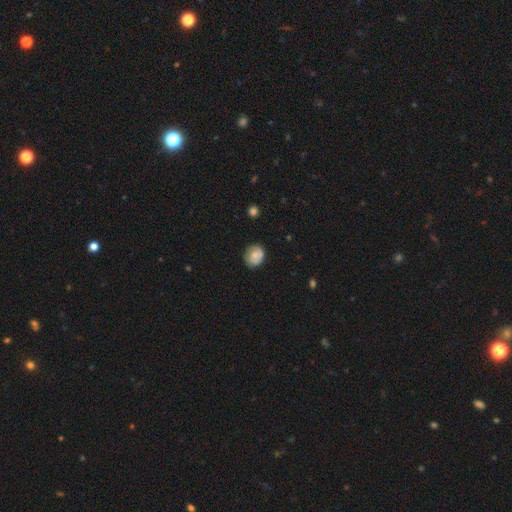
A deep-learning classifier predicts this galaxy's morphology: Smooth or featured? smooth (61%)
How rounded? round (70%)
Merging? none (71%)